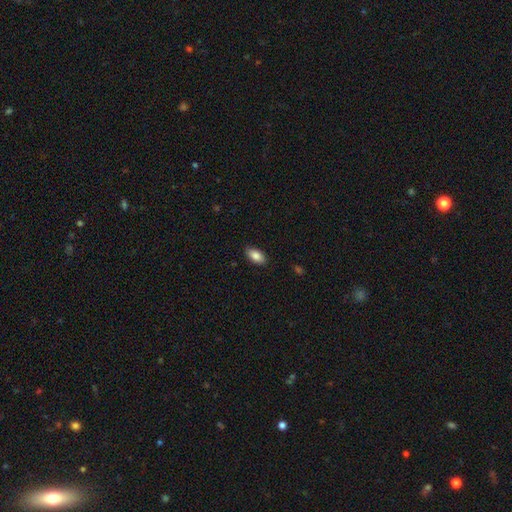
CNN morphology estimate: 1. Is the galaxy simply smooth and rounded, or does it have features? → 86% smooth, 7% featured or disk, 7% star or artifact.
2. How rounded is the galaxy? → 93% in between, 4% cigar-shaped, 3% round.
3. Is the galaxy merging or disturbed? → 87% none, 10% minor disturbance, 2% major disturbance, 1% merger.